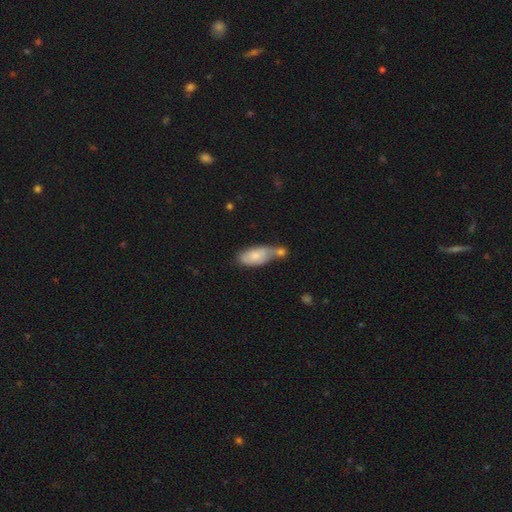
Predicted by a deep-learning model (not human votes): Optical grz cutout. It shows a smooth galaxy with no disk features (72%) that is in between round and cigar-shaped (84%). Merging: merger (47%).